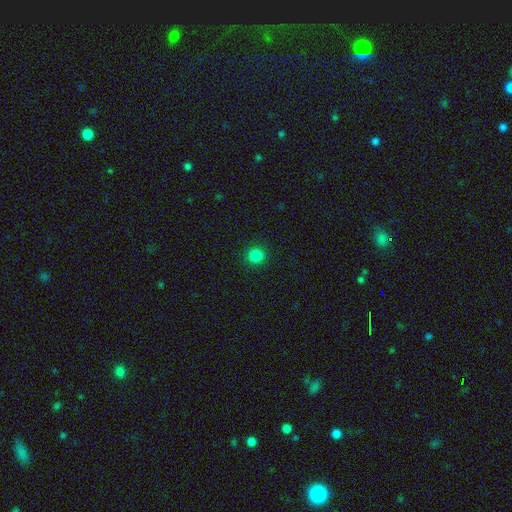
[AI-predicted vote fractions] This is clearly a smooth galaxy (84%). How rounded: clearly round (92%). Merging: clearly none (92%).